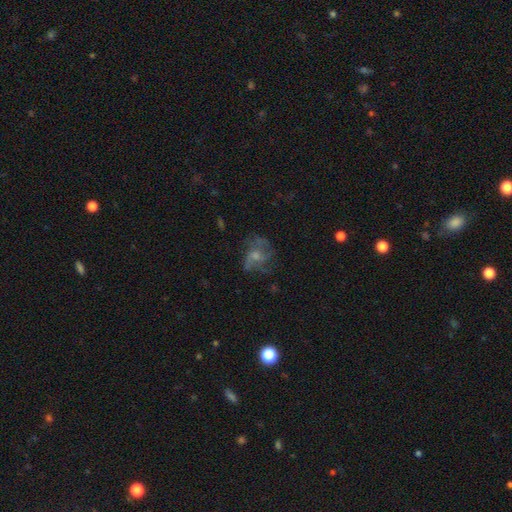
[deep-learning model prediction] smooth_or_featured: featured or disk (p=0.63) [alt: smooth p=0.24]
disk_edge_on: no (p=0.97) [alt: yes p=0.03]
bar: no (p=0.71) [alt: weak p=0.25]
has_spiral_arms: yes (p=0.72) [alt: no p=0.28]
bulge_size: small (p=0.42) [alt: moderate p=0.40]
merging: none (p=0.53) [alt: major disturbance p=0.25]